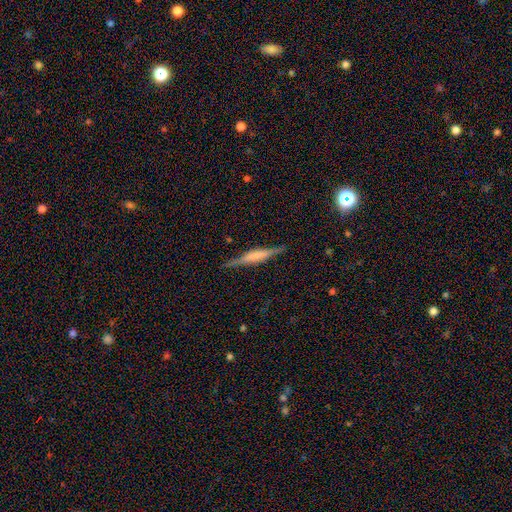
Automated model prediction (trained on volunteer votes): A featured or disk galaxy (68%) viewed edge-on (97%) with a boxy central bulge (52%).

Vote fractions:
- Smooth or featured? featured or disk: 68% / smooth: 25% / star or artifact: 7%
- Edge-on disk? yes: 97% / no: 3%
- Edge-on bulge? boxy: 52% / rounded: 32% / none: 16%
- Merging? none: 87% / minor disturbance: 10% / major disturbance: 2% / merger: 1%